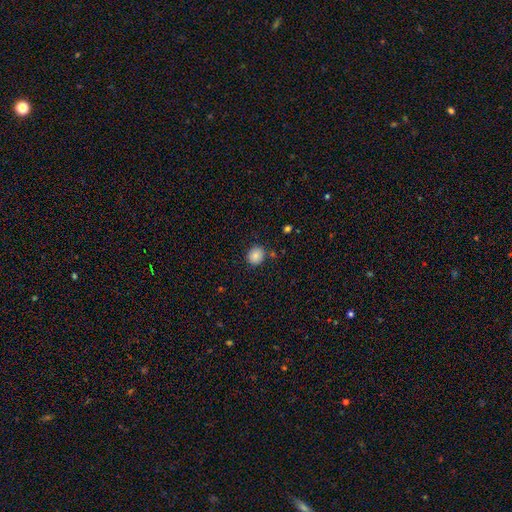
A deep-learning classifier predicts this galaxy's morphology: smooth_or_featured: smooth (p=0.86) [alt: star or artifact p=0.09]
how_rounded: round (p=0.80) [alt: in between p=0.19]
merging: none (p=0.82) [alt: minor disturbance p=0.11]